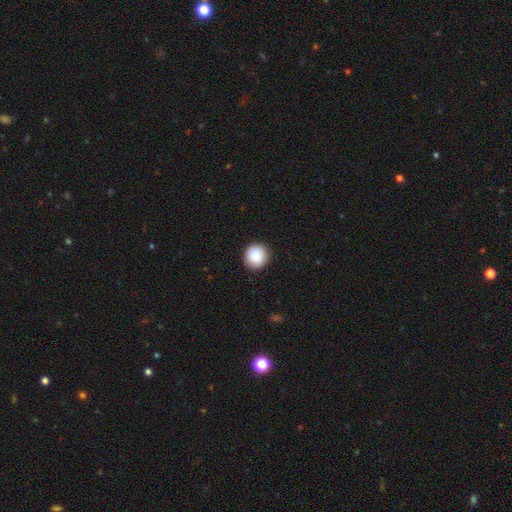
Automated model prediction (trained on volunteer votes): smooth 89%, star or artifact 7%, featured or disk 4%. Down the decision tree: how rounded — round (92%); merging — none (91%).